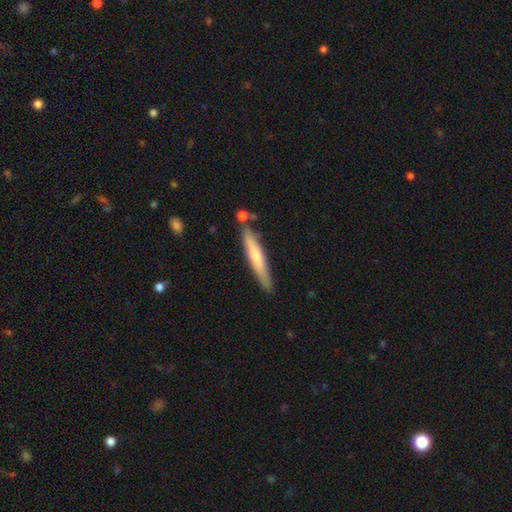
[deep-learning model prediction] Q: Smooth or featured?
A: smooth (63%); runner-up: featured or disk (32%)
Q: How rounded?
A: cigar-shaped (93%); runner-up: in between (6%)
Q: Merging?
A: none (78%); runner-up: minor disturbance (13%)